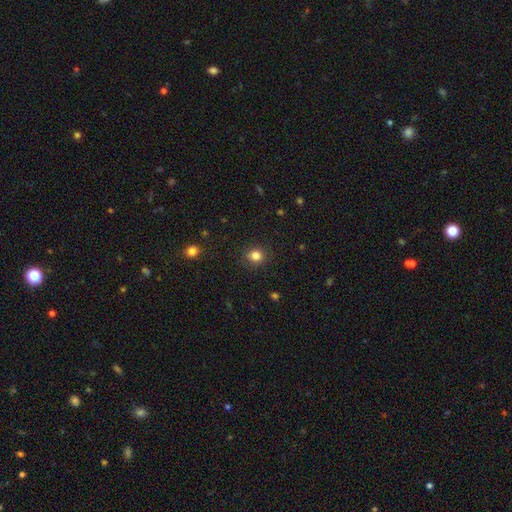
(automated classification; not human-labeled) The model was most divided on "how rounded": round: 80%, in between: 19%, cigar-shaped: 1%. More confident: merging — none (85%); smooth or featured — smooth (82%).